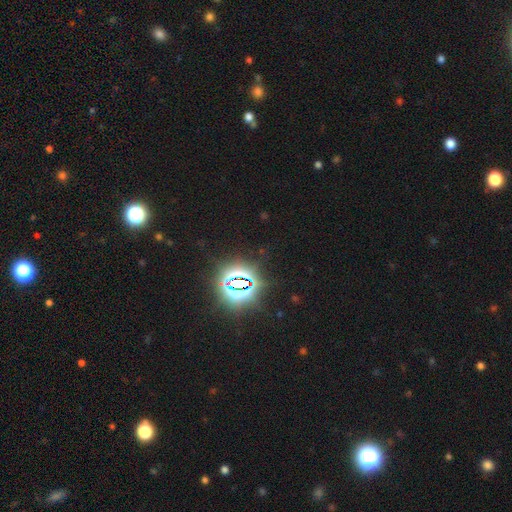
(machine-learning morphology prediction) smooth-or-featured: star or artifact: 83% | smooth: 12% | featured or disk: 6%